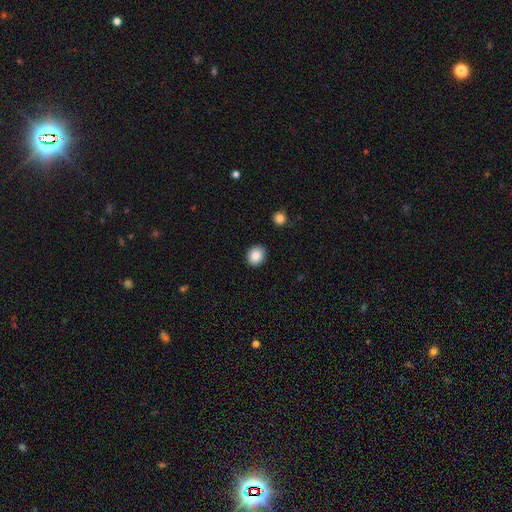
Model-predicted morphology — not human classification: A smooth galaxy with no disk features (88%) that is round (72%). Merging: none (89%).